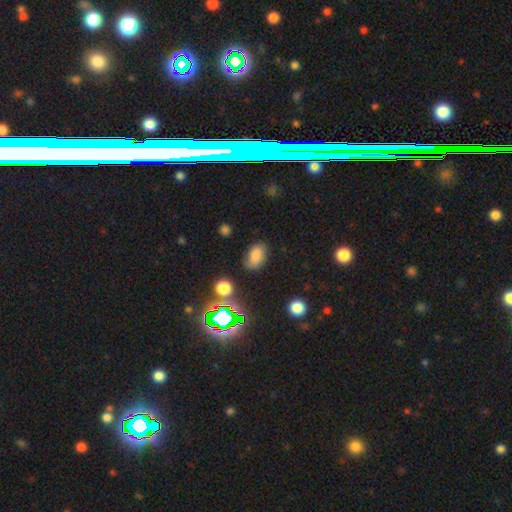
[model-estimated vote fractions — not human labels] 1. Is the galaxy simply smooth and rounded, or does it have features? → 76% smooth, 15% star or artifact, 9% featured or disk.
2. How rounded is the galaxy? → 88% in between, 10% round, 1% cigar-shaped.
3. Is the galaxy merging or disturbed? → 75% none, 18% minor disturbance, 5% major disturbance, 3% merger.